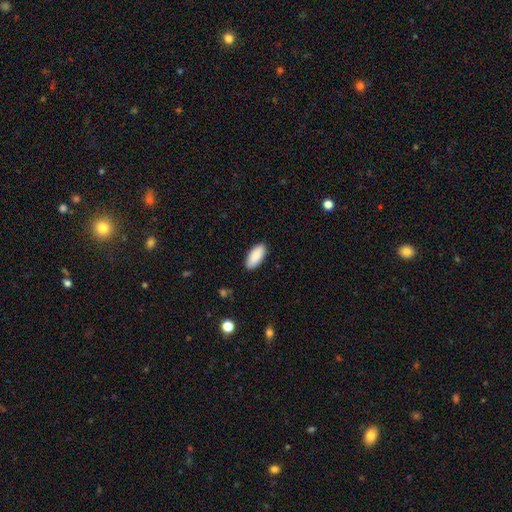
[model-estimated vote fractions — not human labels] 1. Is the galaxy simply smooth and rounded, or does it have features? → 90% smooth, 6% star or artifact, 4% featured or disk.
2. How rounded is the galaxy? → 89% in between, 9% cigar-shaped, 2% round.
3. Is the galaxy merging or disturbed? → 90% none, 8% minor disturbance, 2% major disturbance, 1% merger.